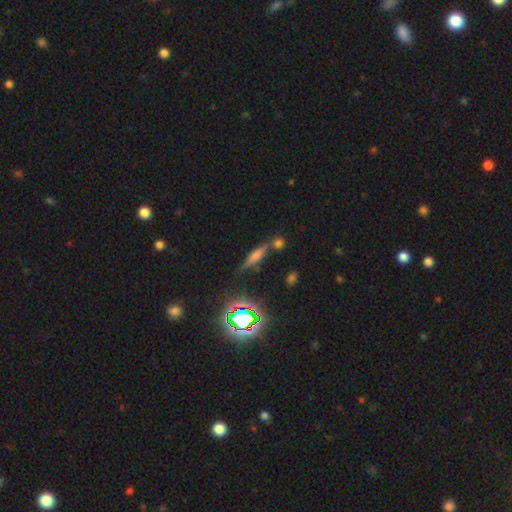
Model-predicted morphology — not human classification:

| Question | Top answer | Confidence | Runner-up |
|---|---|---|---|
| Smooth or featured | smooth | 35% | tied: featured or disk (35%) |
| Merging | none | 70% | minor disturbance (13%) |